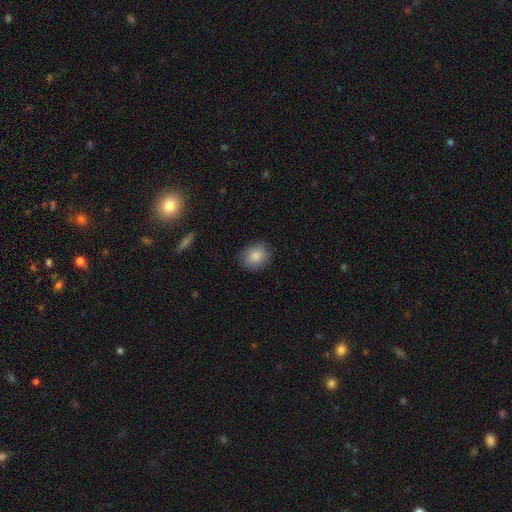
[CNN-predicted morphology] Smooth or featured? smooth (86%)
How rounded? round (63%)
Merging? none (86%)